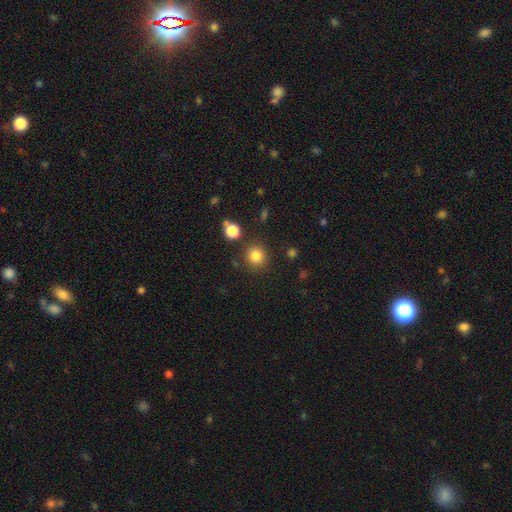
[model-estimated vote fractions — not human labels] Smooth or featured: smooth — 83% (star or artifact — 12%)
How rounded: round — 91% (in between — 8%)
Merging: none — 85% (minor disturbance — 7%)